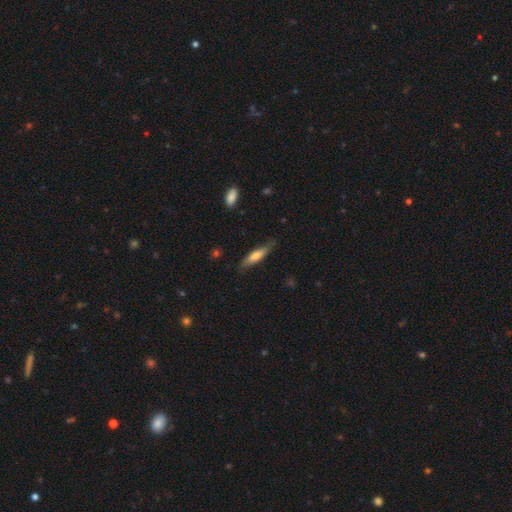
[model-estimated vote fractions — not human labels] Smooth or featured? smooth (64%)
How rounded? cigar-shaped (75%)
Merging? none (78%)